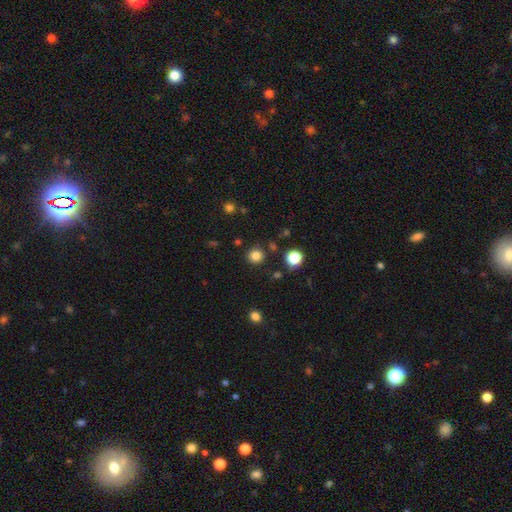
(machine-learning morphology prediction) This is clearly a smooth galaxy (83%). How rounded: clearly round (92%). Merging: clearly none (87%).